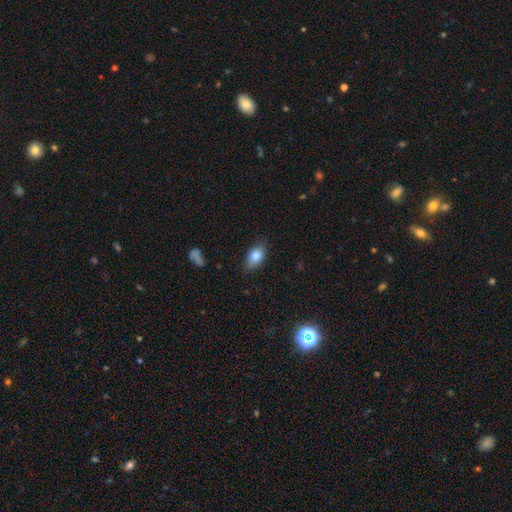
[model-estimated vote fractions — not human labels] This is clearly a smooth galaxy (81%). How rounded: clearly in between (87%). Merging: likely none (79%).